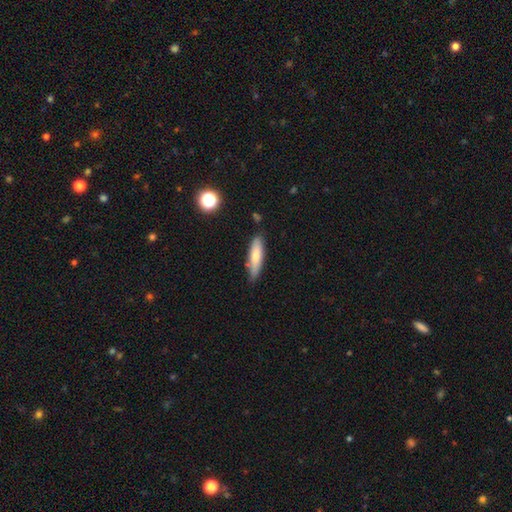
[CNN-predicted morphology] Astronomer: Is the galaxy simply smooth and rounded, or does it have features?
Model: smooth — 72%.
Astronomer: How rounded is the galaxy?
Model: cigar-shaped — 70%.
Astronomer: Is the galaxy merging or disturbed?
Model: none — 75%.